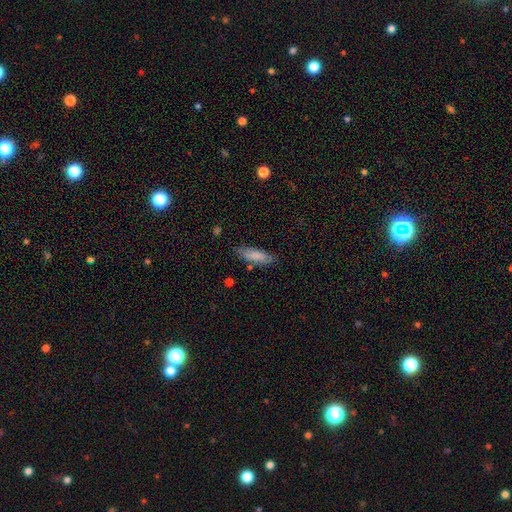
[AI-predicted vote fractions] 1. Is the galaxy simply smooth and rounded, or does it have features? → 83% smooth, 11% featured or disk, 6% star or artifact.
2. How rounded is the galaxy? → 52% in between, 46% cigar-shaped, 2% round.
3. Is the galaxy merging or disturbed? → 77% none, 17% minor disturbance, 3% major disturbance, 3% merger.